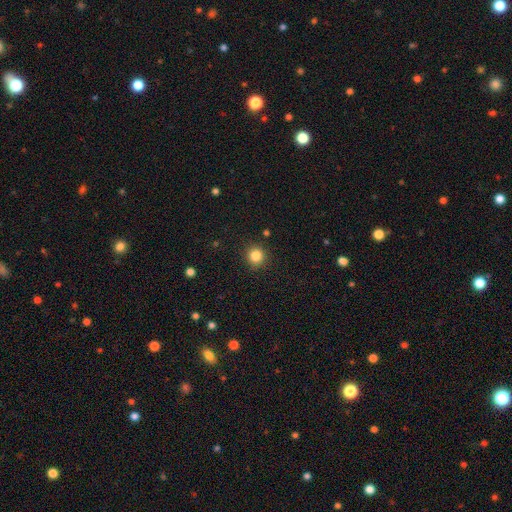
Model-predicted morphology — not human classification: Smooth or featured?
  - smooth: 84% *
  - star or artifact: 11%
  - featured or disk: 4%
How rounded?
  - round: 92% *
  - in between: 7%
  - cigar-shaped: 1%
Merging?
  - none: 91% *
  - minor disturbance: 6%
  - major disturbance: 2%
  - merger: 1%